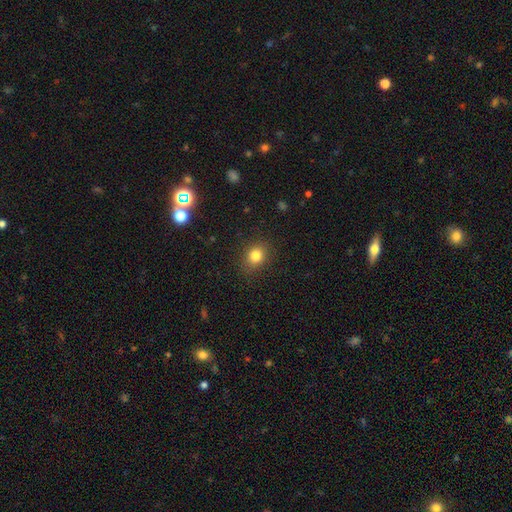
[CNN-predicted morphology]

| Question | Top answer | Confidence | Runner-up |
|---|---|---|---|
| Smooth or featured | smooth | 81% | star or artifact (12%) |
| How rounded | round | 60% | in between (39%) |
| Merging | none | 86% | minor disturbance (10%) |